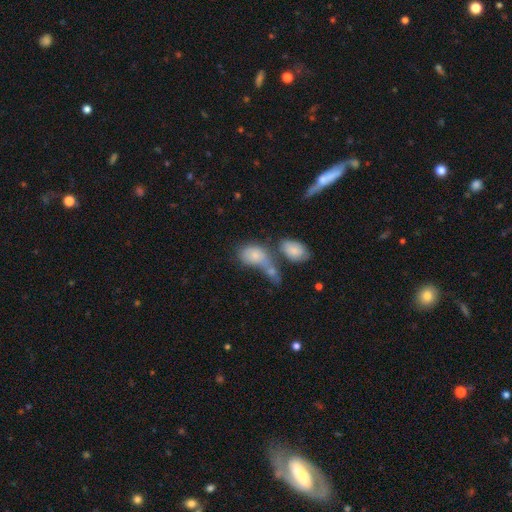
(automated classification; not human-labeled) This is likely a smooth galaxy (75%). How rounded: clearly in between (81%). Merging: possibly merger (53%).